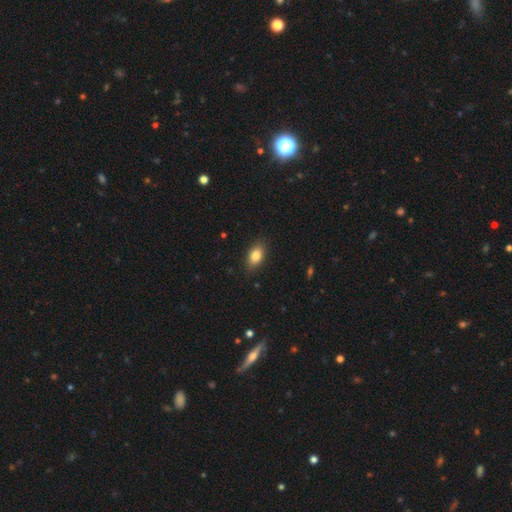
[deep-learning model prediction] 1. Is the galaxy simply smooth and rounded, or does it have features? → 83% smooth, 9% featured or disk, 8% star or artifact.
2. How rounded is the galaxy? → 88% in between, 9% round, 4% cigar-shaped.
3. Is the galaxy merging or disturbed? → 86% none, 10% minor disturbance, 2% major disturbance, 1% merger.